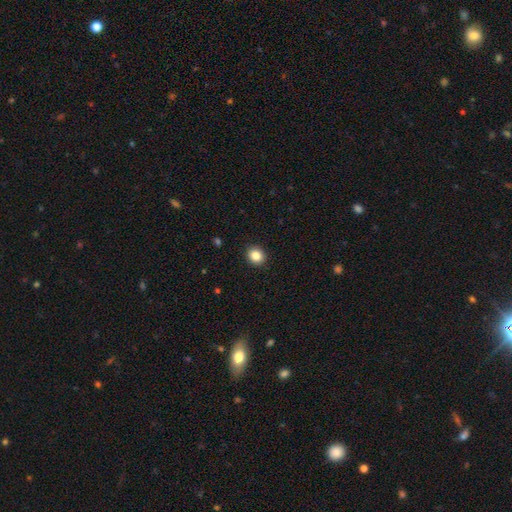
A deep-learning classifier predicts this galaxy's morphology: Smooth or featured: smooth — 84% (star or artifact — 11%)
How rounded: round — 79% (in between — 20%)
Merging: none — 92% (minor disturbance — 5%)